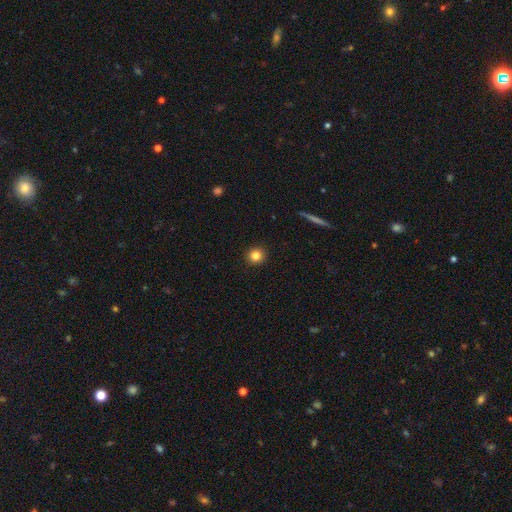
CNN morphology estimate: type=smooth (83%); roundness=round (93%); merging=none (93%).